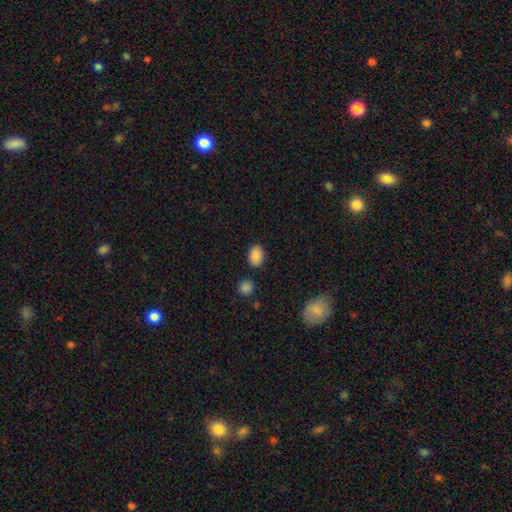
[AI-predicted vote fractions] smooth 87%, star or artifact 9%, featured or disk 4%. Down the decision tree: how rounded — in between (79%); merging — none (81%).